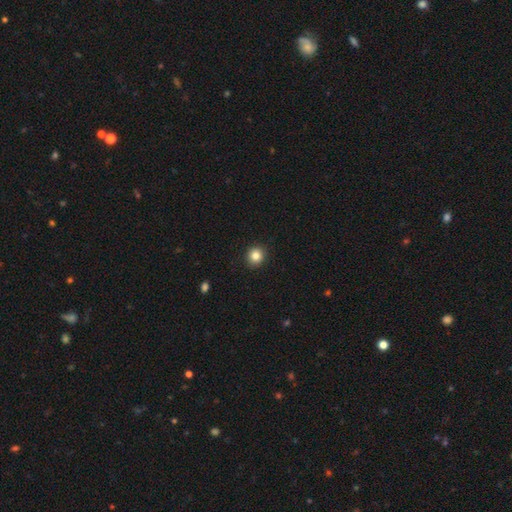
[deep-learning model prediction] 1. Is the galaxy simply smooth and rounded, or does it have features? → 84% smooth, 10% star or artifact, 5% featured or disk.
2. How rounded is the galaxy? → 88% round, 11% in between, 1% cigar-shaped.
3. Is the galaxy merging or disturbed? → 92% none, 6% minor disturbance, 2% major disturbance, 1% merger.